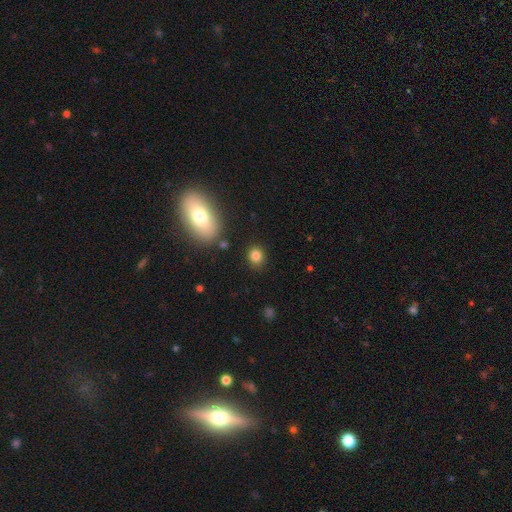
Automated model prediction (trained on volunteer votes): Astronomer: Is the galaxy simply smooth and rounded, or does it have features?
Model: smooth — 83%.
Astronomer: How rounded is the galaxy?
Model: round — 71%.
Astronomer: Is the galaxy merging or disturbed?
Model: none — 85%.